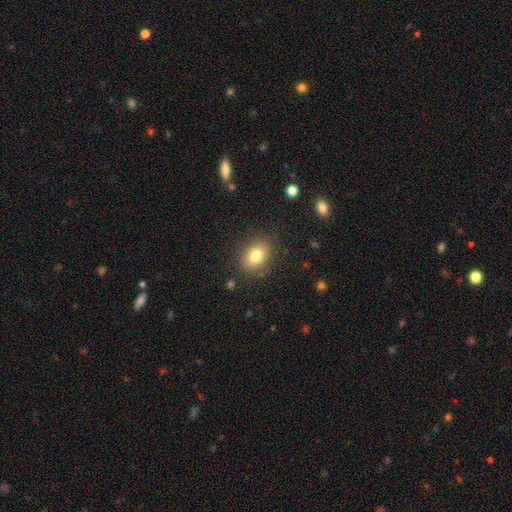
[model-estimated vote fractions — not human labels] smooth 80%, star or artifact 11%, featured or disk 10%. Down the decision tree: how rounded — in between (66%); merging — none (84%).